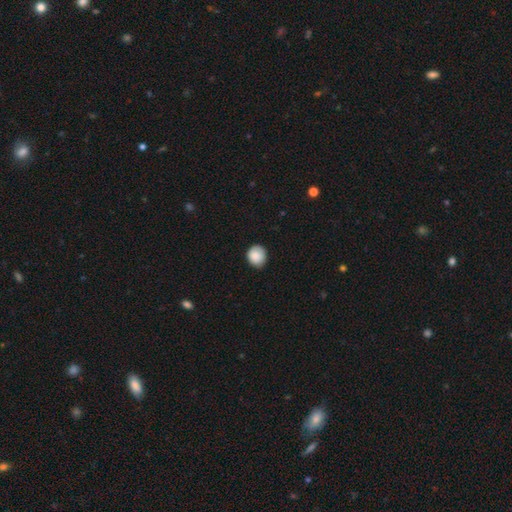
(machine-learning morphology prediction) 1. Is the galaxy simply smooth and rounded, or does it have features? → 88% smooth, 8% star or artifact, 5% featured or disk.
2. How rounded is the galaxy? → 78% round, 21% in between, 1% cigar-shaped.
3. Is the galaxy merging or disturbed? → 80% none, 17% minor disturbance, 2% major disturbance, 1% merger.